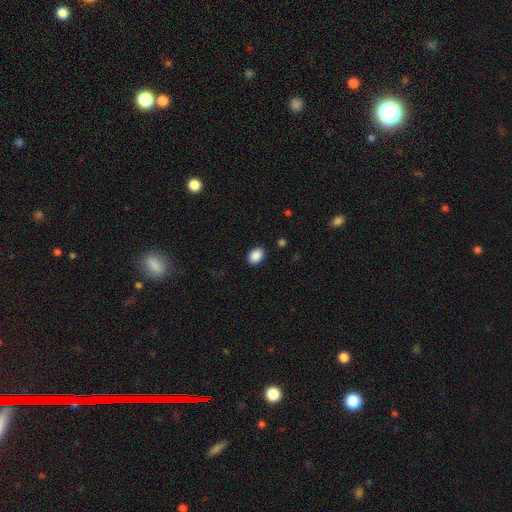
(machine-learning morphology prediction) type=smooth (89%); roundness=in between (78%); merging=none (88%).